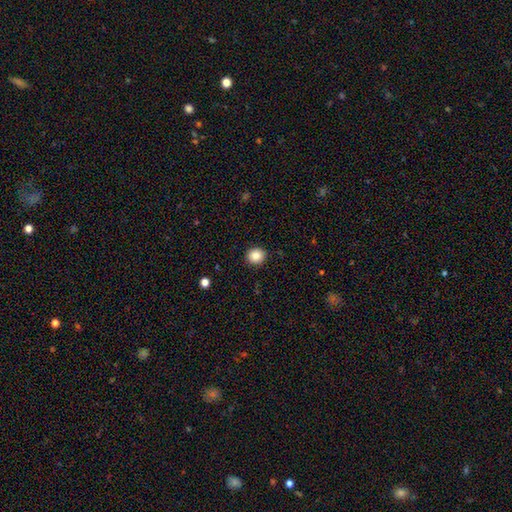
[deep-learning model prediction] A smooth galaxy with no disk features (86%) that is round (85%). Merging: none (91%).